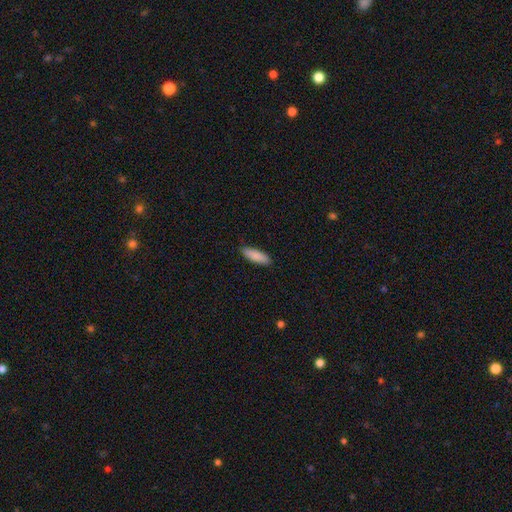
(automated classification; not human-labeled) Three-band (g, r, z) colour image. It shows a smooth galaxy with no disk features (89%) that is in between round and cigar-shaped (54%). Merging: none (88%).